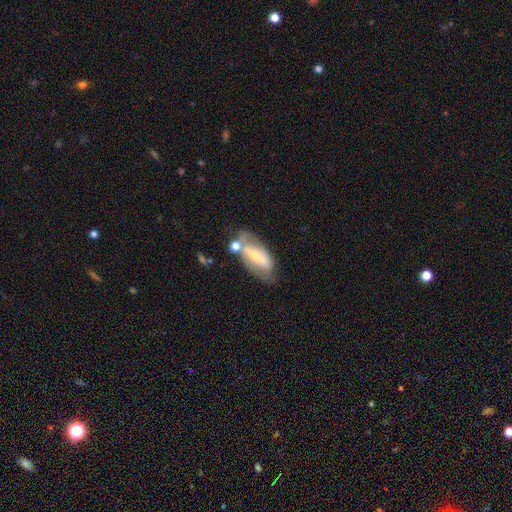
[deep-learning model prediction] Q: Smooth or featured?
A: featured or disk (61%); runner-up: smooth (32%)
Q: Edge-on disk?
A: no (84%); runner-up: yes (16%)
Q: Bar?
A: strong (52%); runner-up: weak (26%)
Q: Spiral arms?
A: yes (54%); runner-up: no (46%)
Q: Bulge size?
A: small (52%); runner-up: moderate (41%)
Q: Merging?
A: none (52%); runner-up: minor disturbance (20%)